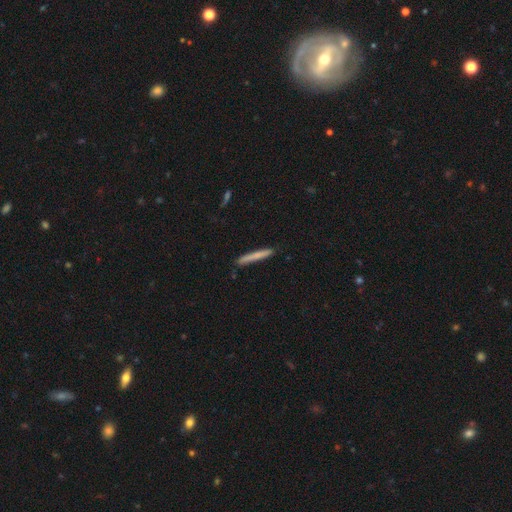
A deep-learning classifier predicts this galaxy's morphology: This appears to be a smooth galaxy with no disk features (72%) that is cigar-shaped (96%). Merging: none (87%).